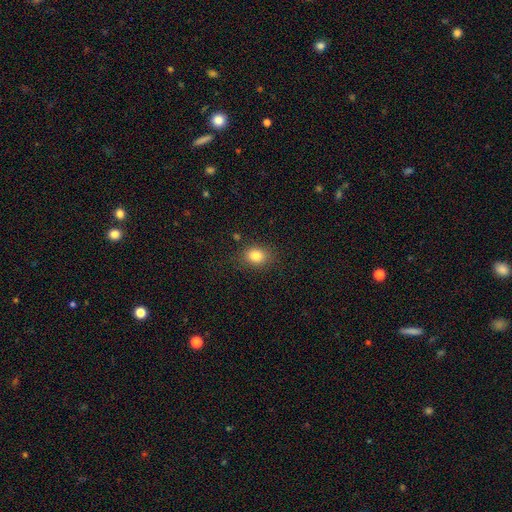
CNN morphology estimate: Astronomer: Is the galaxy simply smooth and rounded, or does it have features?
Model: smooth — 83%.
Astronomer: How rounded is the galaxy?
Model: round — 50% (runner-up: in between, 49%).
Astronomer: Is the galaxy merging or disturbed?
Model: none — 83%.